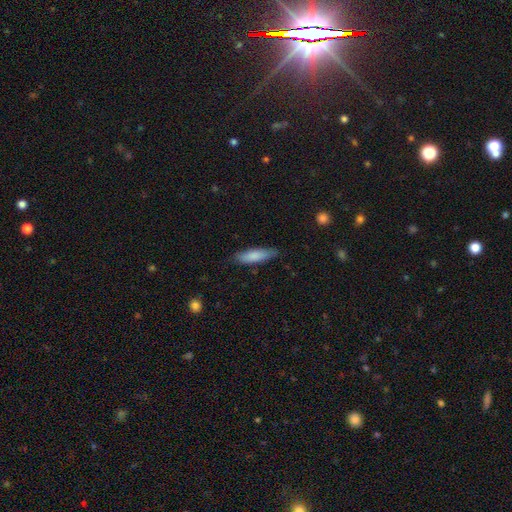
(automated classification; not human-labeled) The model was most divided on "how rounded": cigar-shaped: 70%, in between: 29%, round: 1%. More confident: merging — none (82%); smooth or featured — smooth (80%).